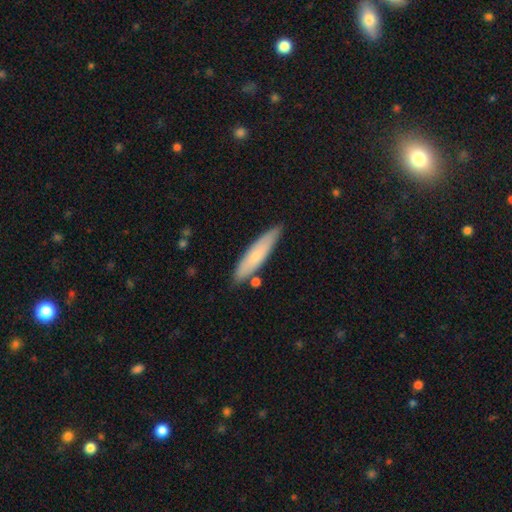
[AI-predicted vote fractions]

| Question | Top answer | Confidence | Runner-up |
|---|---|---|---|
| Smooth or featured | smooth | 67% | featured or disk (27%) |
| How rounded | cigar-shaped | 78% | in between (21%) |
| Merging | none | 81% | minor disturbance (13%) |